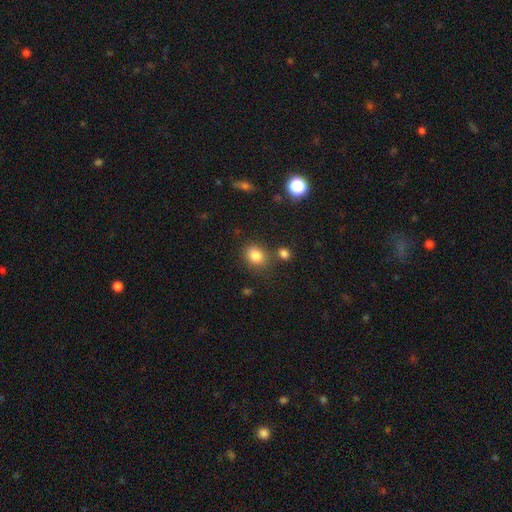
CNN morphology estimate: type=smooth (82%); roundness=round (58%); merging=none (75%).